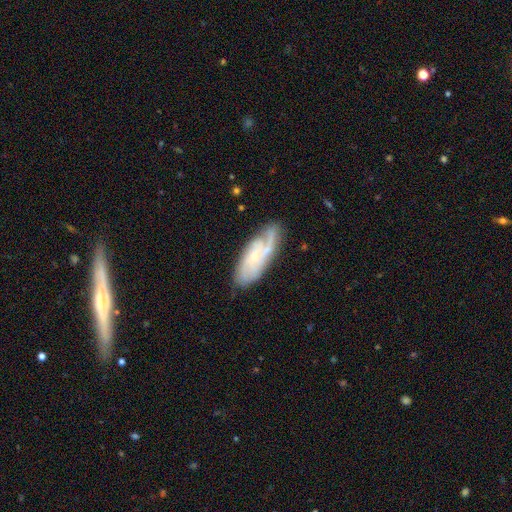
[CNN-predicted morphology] A featured or disk galaxy (69%) with no bar (67%), tight (45%) spiral arms (90%) and a small central bulge (68%). Merging: none (68%).